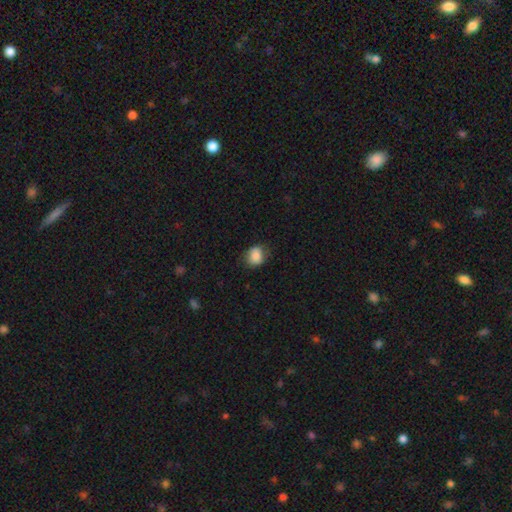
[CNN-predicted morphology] smooth 84%, star or artifact 8%, featured or disk 8%. Down the decision tree: how rounded — round (50%); merging — none (70%).